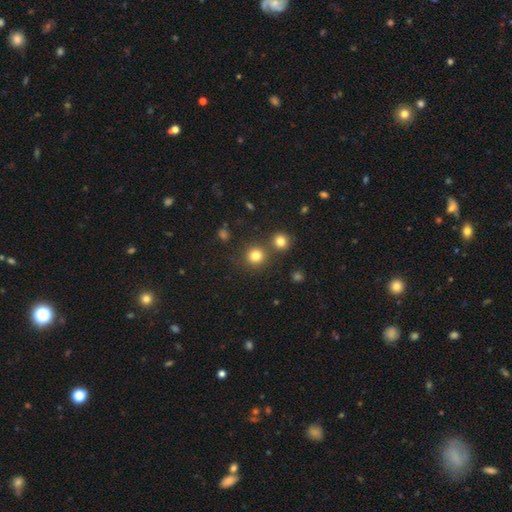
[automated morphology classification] type=smooth (80%); roundness=round (92%); merging=none (77%).